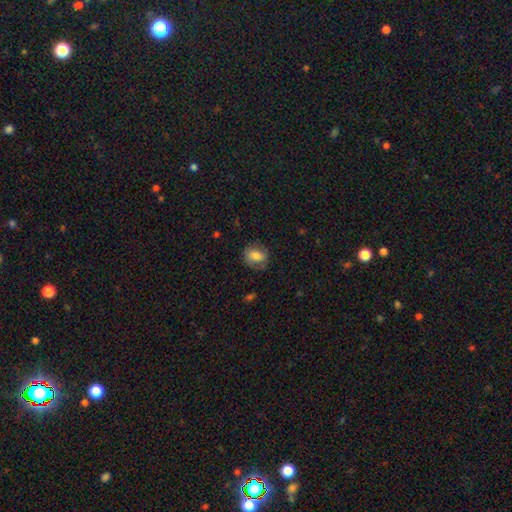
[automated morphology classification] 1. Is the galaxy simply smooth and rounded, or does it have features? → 67% smooth, 25% featured or disk, 8% star or artifact.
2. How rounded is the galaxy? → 54% in between, 44% round, 1% cigar-shaped.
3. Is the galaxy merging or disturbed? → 70% none, 21% minor disturbance, 9% major disturbance, 1% merger.